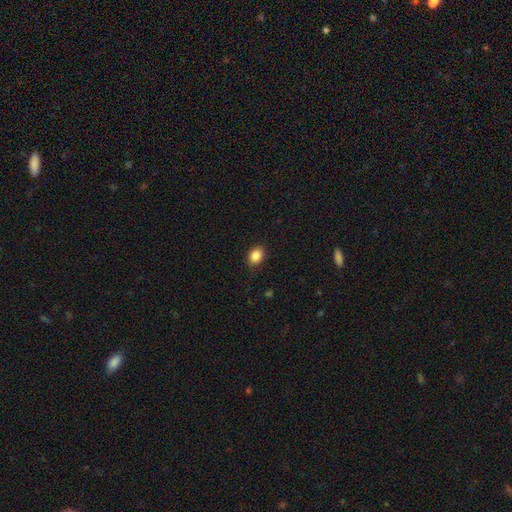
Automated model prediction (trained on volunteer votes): This is clearly a smooth galaxy (86%). How rounded: likely in between (60%). Merging: clearly none (87%).